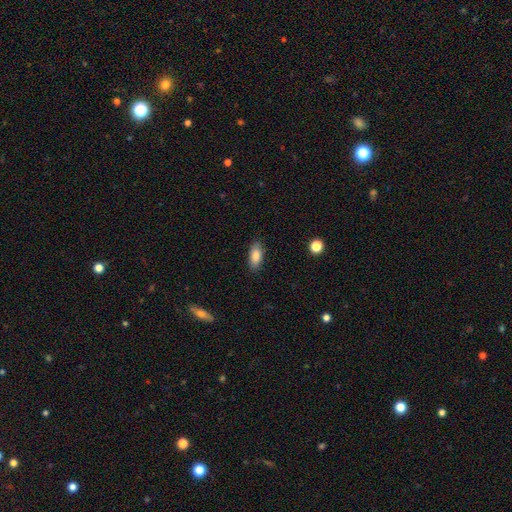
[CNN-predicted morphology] This is clearly a smooth galaxy (84%). How rounded: clearly in between (85%). Merging: clearly none (87%).